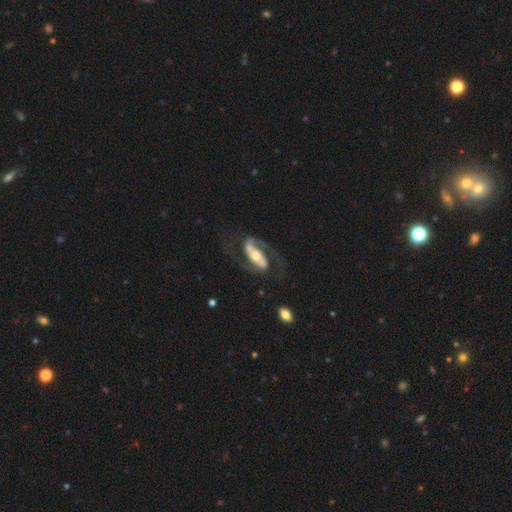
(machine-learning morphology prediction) Smooth or featured: featured or disk — 86% (smooth — 10%)
Edge-on disk: no — 92% (yes — 8%)
Bar: strong — 59% (weak — 23%)
Spiral arms: yes — 94% (no — 6%)
Spiral winding: medium — 50% (loose — 33%)
Spiral arm count: 2 — 89% (1 — 5%)
Bulge size: moderate — 64% (small — 22%)
Merging: none — 66% (major disturbance — 17%)